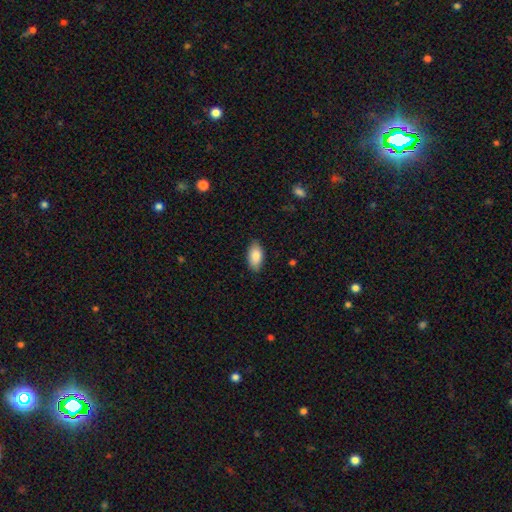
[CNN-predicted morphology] Smooth or featured? Predicted: smooth (p=0.85). How rounded? Predicted: in between (p=0.94). Merging? Predicted: none (p=0.86).